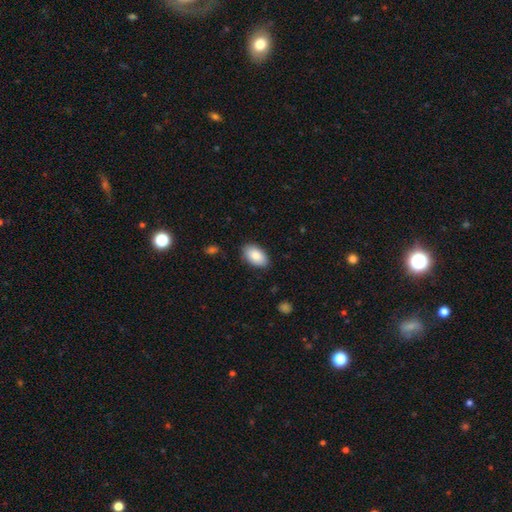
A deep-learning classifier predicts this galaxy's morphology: This appears to be a smooth galaxy with no disk features (87%) that is in between round and cigar-shaped (94%). Merging: none (86%).